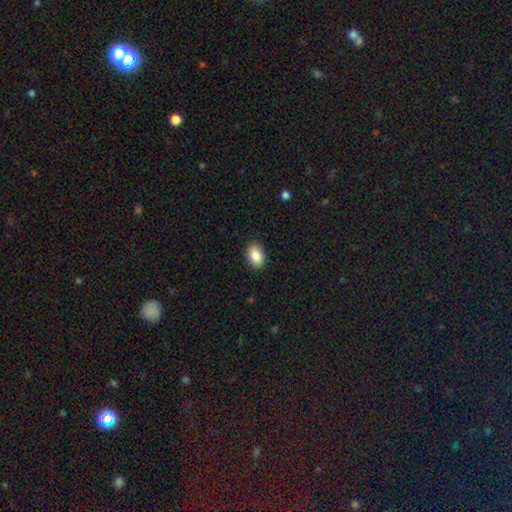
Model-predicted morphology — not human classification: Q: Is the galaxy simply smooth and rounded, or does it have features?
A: smooth — 87%.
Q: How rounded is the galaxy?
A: in between — 84%.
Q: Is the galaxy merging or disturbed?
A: none — 89%.